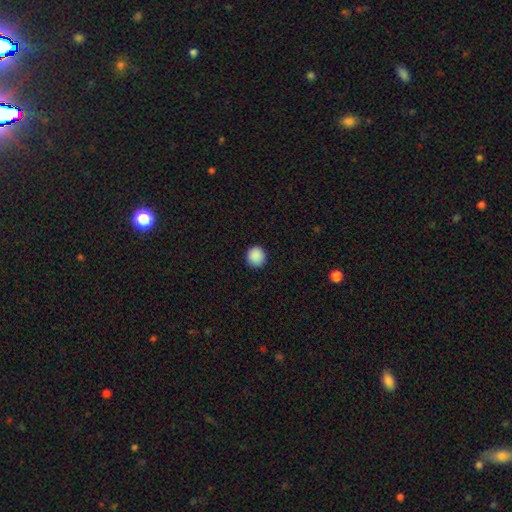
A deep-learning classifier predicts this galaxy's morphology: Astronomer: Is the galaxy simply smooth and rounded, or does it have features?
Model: smooth — 90%.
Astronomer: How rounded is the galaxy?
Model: round — 94%.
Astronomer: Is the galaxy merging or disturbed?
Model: none — 92%.